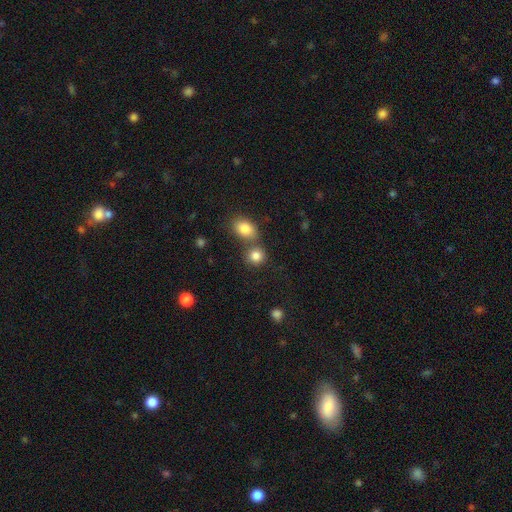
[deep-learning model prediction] smooth 83%, star or artifact 10%, featured or disk 6%. Down the decision tree: how rounded — round (79%); merging — none (56%).